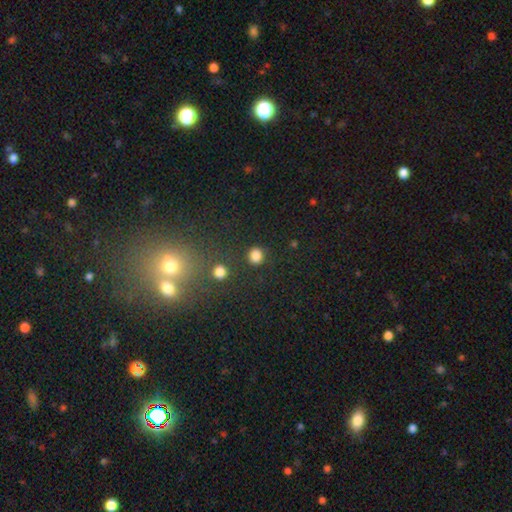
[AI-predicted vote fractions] A smooth galaxy with no disk features (83%) that is round (86%).

Vote fractions:
- Smooth or featured? smooth: 83% / star or artifact: 13% / featured or disk: 4%
- How rounded? round: 86% / in between: 13% / cigar-shaped: 1%
- Merging? none: 87% / minor disturbance: 7% / major disturbance: 3% / merger: 3%